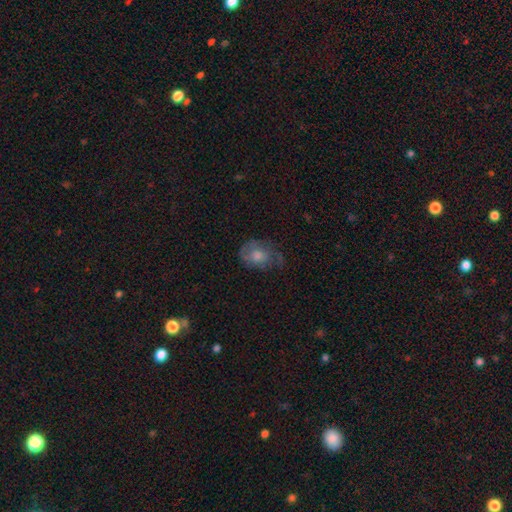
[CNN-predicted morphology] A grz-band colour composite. It shows a featured or disk galaxy (47%). Merging: none (57%).